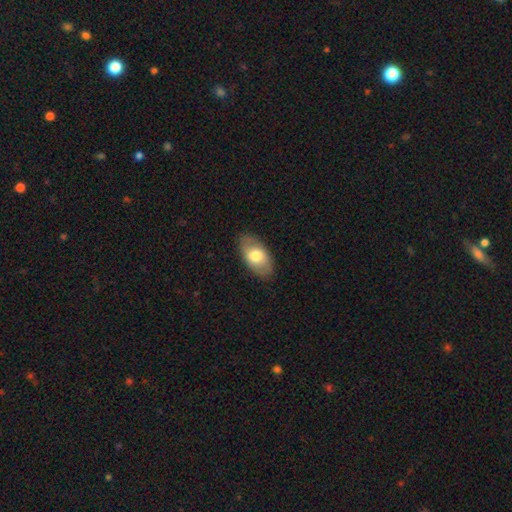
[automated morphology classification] Smooth or featured? smooth (69%)
How rounded? in between (93%)
Merging? none (85%)